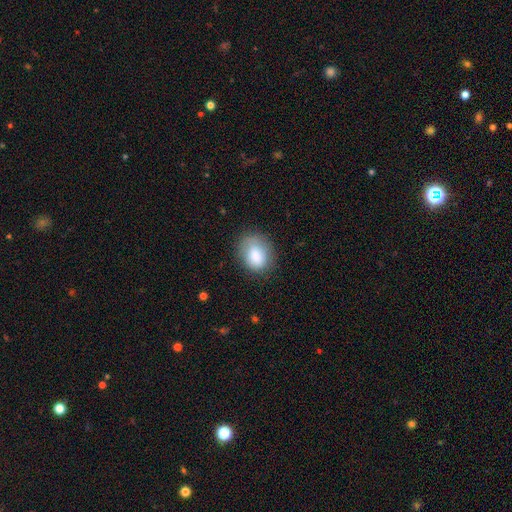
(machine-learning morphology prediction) A smooth galaxy with no disk features (84%) that is in between round and cigar-shaped (60%).

Vote fractions:
- Smooth or featured? smooth: 84% / featured or disk: 9% / star or artifact: 8%
- How rounded? in between: 60% / round: 39% / cigar-shaped: 1%
- Merging? none: 71% / minor disturbance: 20% / major disturbance: 7% / merger: 2%